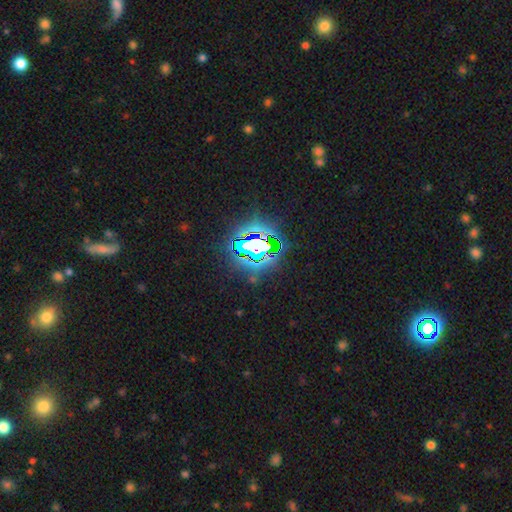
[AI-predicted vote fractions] Smooth or featured?
  - star or artifact: 77% *
  - smooth: 12%
  - featured or disk: 11%